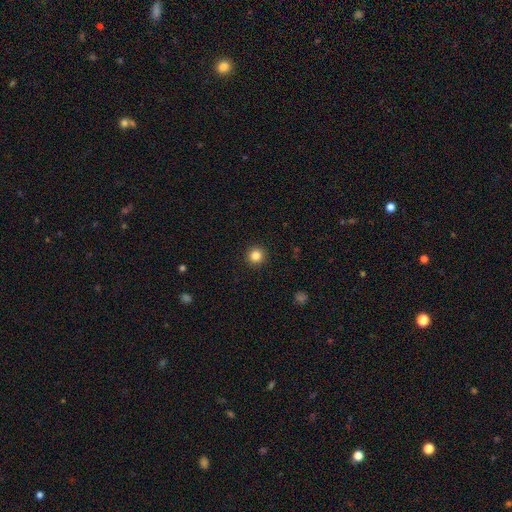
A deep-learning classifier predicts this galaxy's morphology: Smooth or featured? smooth (84%)
How rounded? round (95%)
Merging? none (93%)